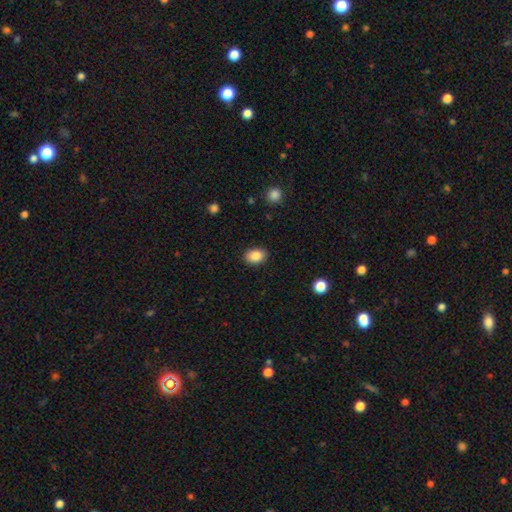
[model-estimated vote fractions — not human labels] Smooth or featured: smooth — 86% (star or artifact — 8%)
How rounded: in between — 76% (round — 23%)
Merging: none — 88% (minor disturbance — 8%)